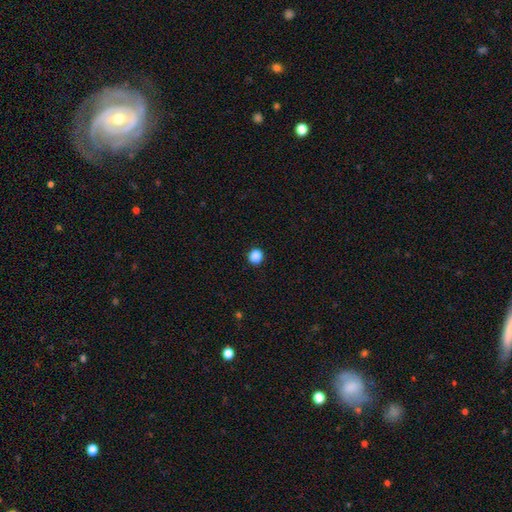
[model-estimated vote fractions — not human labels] smooth 87%, star or artifact 11%, featured or disk 2%. Down the decision tree: how rounded — round (89%); merging — none (92%).